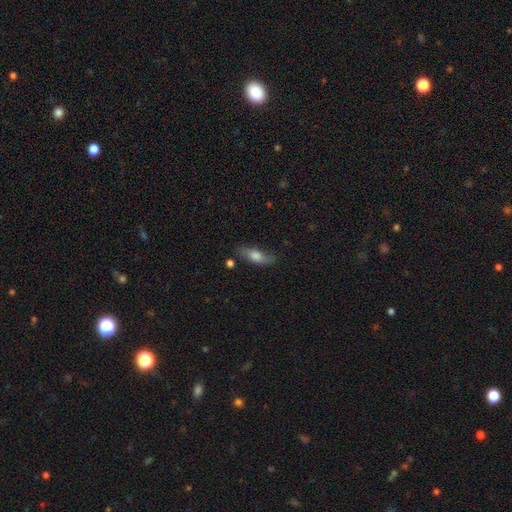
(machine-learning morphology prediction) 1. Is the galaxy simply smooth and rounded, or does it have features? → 60% smooth, 32% featured or disk, 7% star or artifact.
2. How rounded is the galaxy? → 55% in between, 41% cigar-shaped, 4% round.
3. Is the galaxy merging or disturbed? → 72% none, 19% minor disturbance, 5% major disturbance, 3% merger.